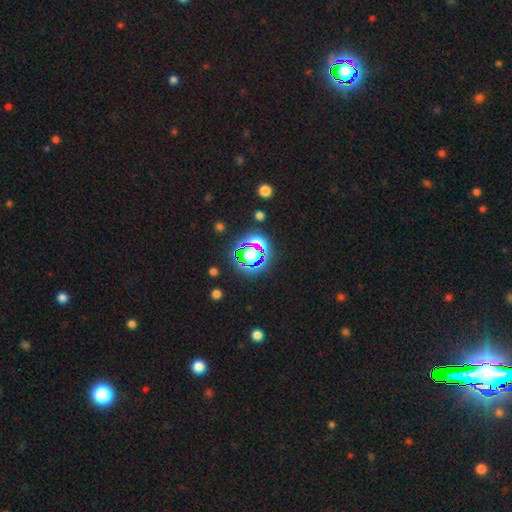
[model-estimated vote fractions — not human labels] A star or artifact, not a galaxy (63%).

Vote fractions:
- Smooth or featured? star or artifact: 63% / smooth: 25% / featured or disk: 12%